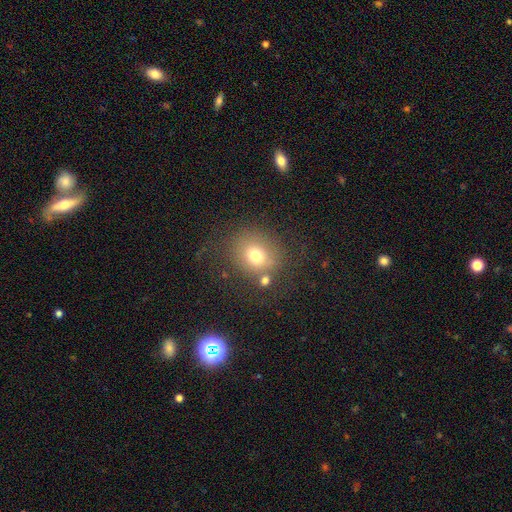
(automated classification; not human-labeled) Smooth or featured: smooth — 72% (star or artifact — 14%)
How rounded: round — 74% (in between — 26%)
Merging: none — 69% (minor disturbance — 15%)